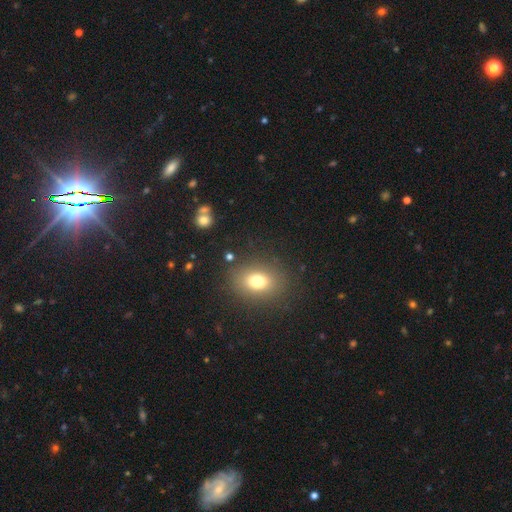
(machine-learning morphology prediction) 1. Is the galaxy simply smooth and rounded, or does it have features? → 53% smooth, 34% star or artifact, 13% featured or disk.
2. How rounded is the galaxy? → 51% round, 47% in between, 2% cigar-shaped.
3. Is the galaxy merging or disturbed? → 89% none, 7% minor disturbance, 3% major disturbance, 2% merger.